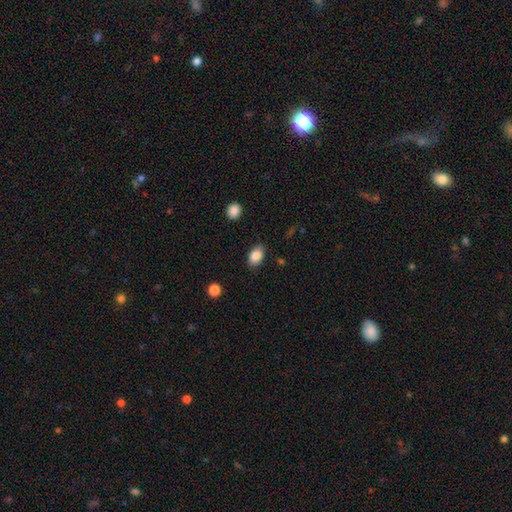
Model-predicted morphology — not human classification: smooth 86%, star or artifact 8%, featured or disk 6%. Down the decision tree: how rounded — in between (86%); merging — none (83%).